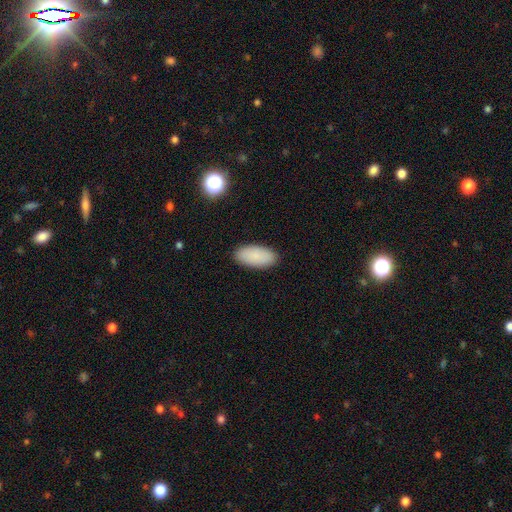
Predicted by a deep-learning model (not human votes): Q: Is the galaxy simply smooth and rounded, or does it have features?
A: smooth — 88%.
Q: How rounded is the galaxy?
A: in between — 92%.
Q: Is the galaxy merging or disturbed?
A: none — 89%.